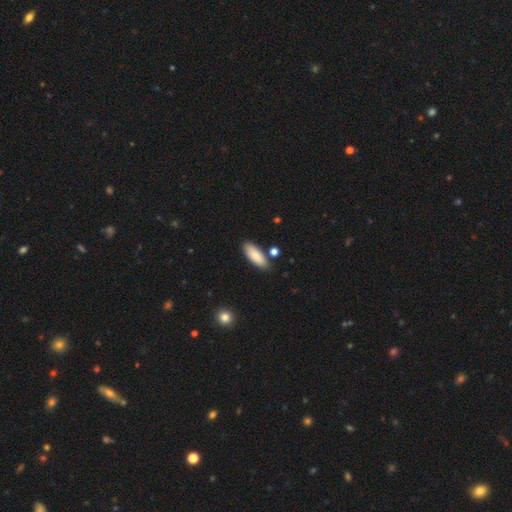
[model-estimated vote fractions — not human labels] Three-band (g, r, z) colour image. It shows a smooth galaxy with no disk features (86%) that is in between round and cigar-shaped (72%). Merging: none (81%).